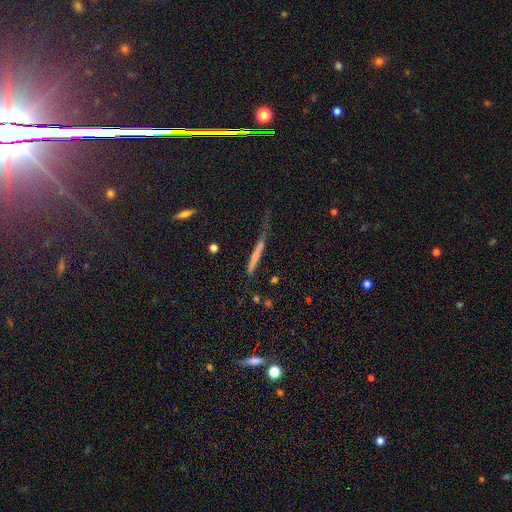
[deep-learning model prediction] smooth-or-featured: smooth: 55% | featured or disk: 34% | star or artifact: 11%
  how-rounded: cigar-shaped: 93% | in between: 5% | round: 3%
  merging: none: 48% | minor disturbance: 25% | major disturbance: 20% | merger: 7%